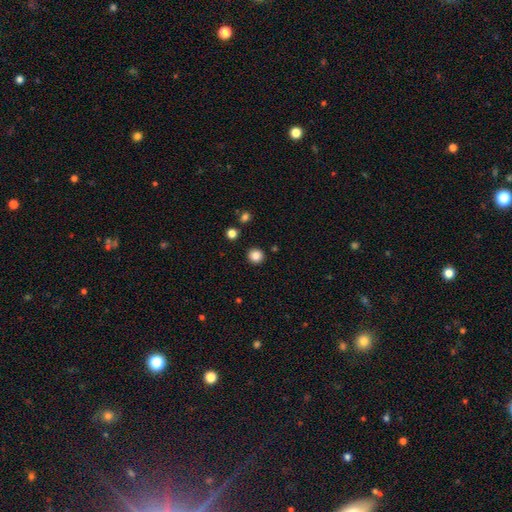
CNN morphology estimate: smooth 84%, star or artifact 11%, featured or disk 5%. Down the decision tree: how rounded — round (93%); merging — none (91%).